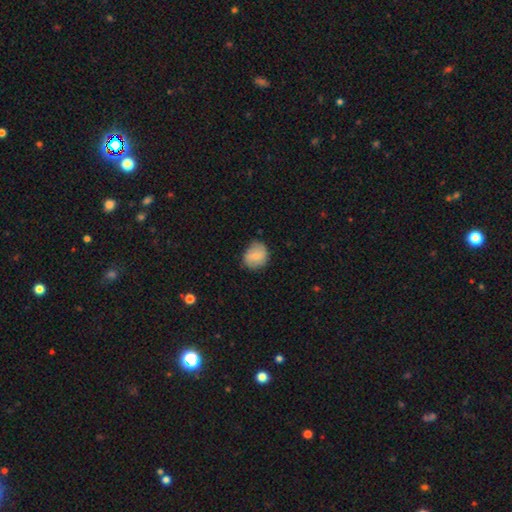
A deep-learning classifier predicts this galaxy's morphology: type=smooth (76%); roundness=round (71%); merging=none (72%).